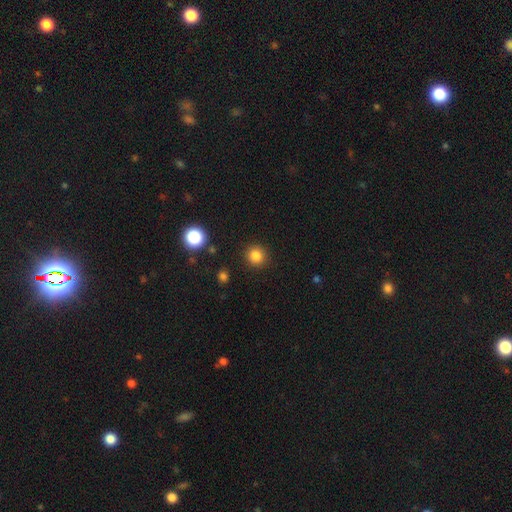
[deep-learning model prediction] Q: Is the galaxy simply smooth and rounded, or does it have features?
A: smooth — 83%.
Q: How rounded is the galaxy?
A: round — 92%.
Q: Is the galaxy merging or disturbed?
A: none — 92%.